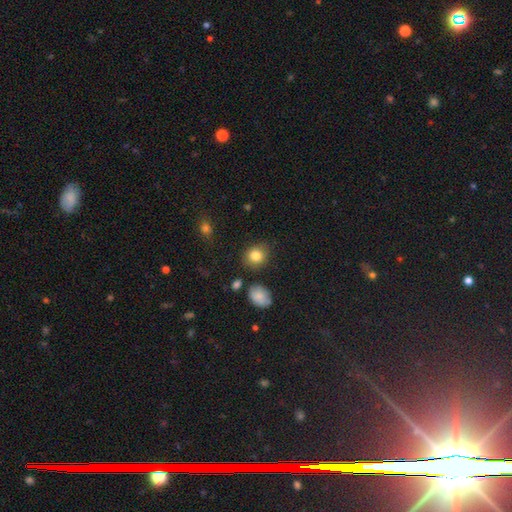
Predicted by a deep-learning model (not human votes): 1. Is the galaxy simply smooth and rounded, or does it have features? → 84% smooth, 9% star or artifact, 7% featured or disk.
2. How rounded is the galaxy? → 71% round, 28% in between, 1% cigar-shaped.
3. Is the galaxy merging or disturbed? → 81% none, 13% minor disturbance, 3% major disturbance, 3% merger.